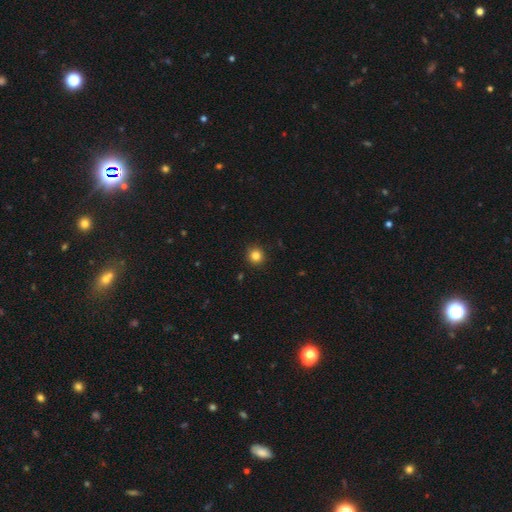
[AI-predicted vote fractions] A smooth galaxy with no disk features (83%) that is round (94%). Merging: none (93%).